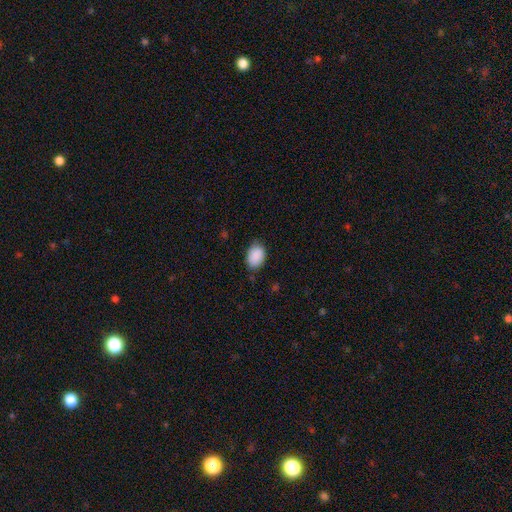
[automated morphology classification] Q: Smooth or featured?
A: smooth (90%); runner-up: star or artifact (7%)
Q: How rounded?
A: in between (80%); runner-up: round (19%)
Q: Merging?
A: none (79%); runner-up: minor disturbance (17%)